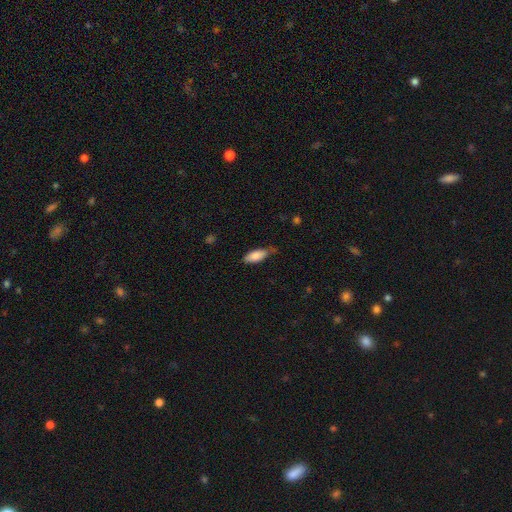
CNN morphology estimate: This is clearly a smooth galaxy (85%). How rounded: likely in between (79%). Merging: likely none (61%).